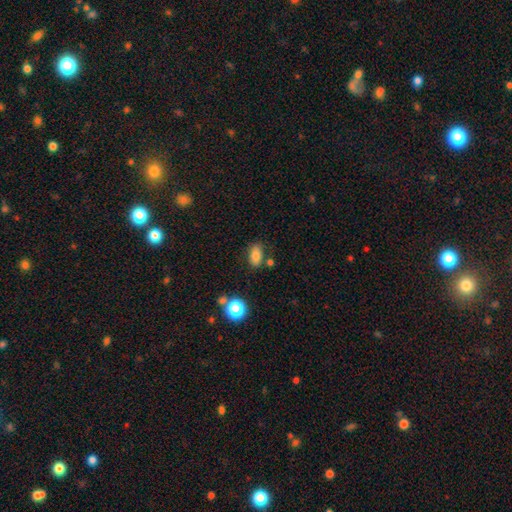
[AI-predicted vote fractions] Overall: smooth (80%). How rounded: in between (86%). Merging: none (74%).